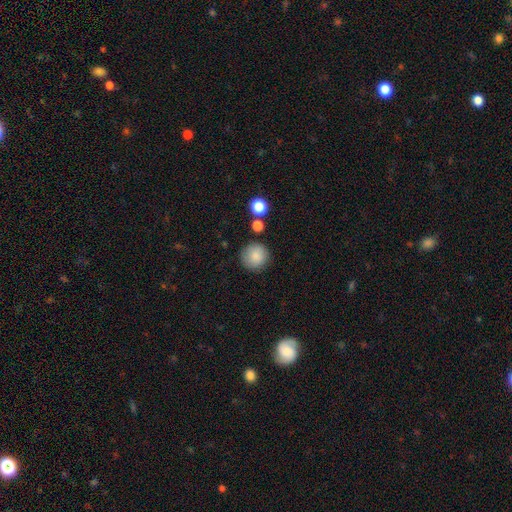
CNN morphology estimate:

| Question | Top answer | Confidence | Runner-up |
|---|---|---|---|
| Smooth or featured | smooth | 87% | star or artifact (8%) |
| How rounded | round | 94% | in between (5%) |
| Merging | none | 85% | minor disturbance (9%) |